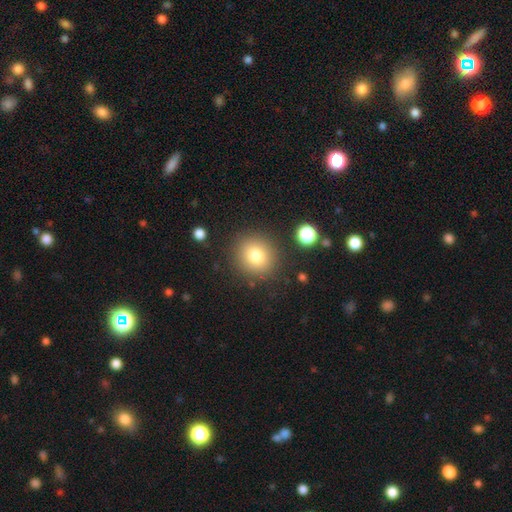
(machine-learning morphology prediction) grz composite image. It shows a smooth galaxy with no disk features (78%) that is round (89%). Merging: none (86%).